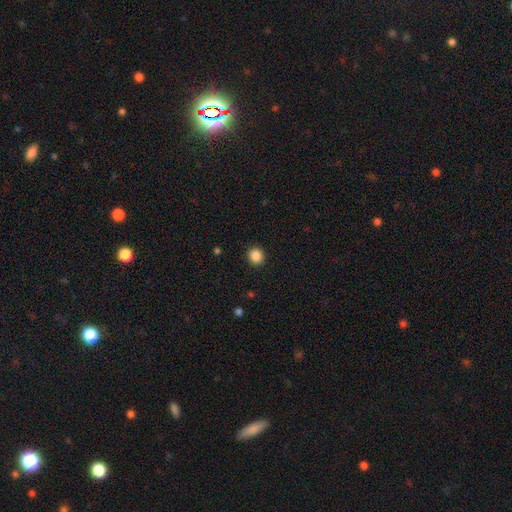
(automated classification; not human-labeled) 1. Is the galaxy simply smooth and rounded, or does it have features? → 87% smooth, 10% star or artifact, 3% featured or disk.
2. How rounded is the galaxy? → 83% round, 17% in between, 1% cigar-shaped.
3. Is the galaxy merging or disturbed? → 91% none, 6% minor disturbance, 2% major disturbance, 1% merger.